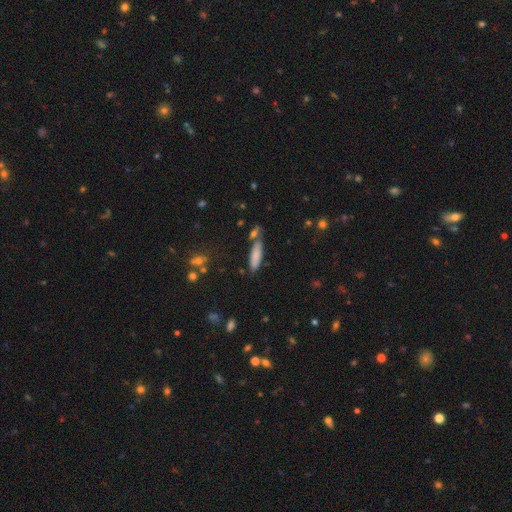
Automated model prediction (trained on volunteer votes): This is clearly a smooth galaxy (80%). How rounded: possibly cigar-shaped (59%). Merging: likely none (64%).